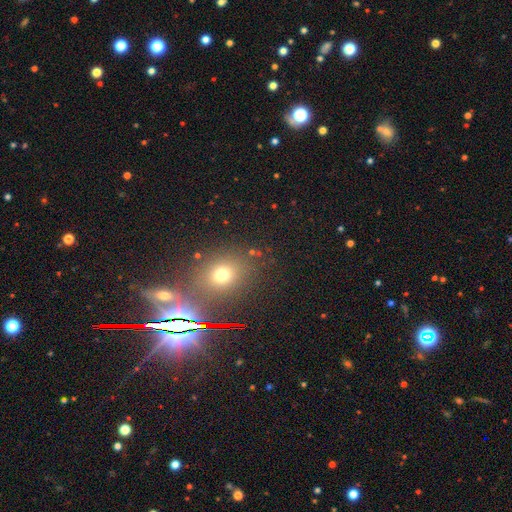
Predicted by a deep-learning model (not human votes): A star or artifact, not a galaxy (51%).